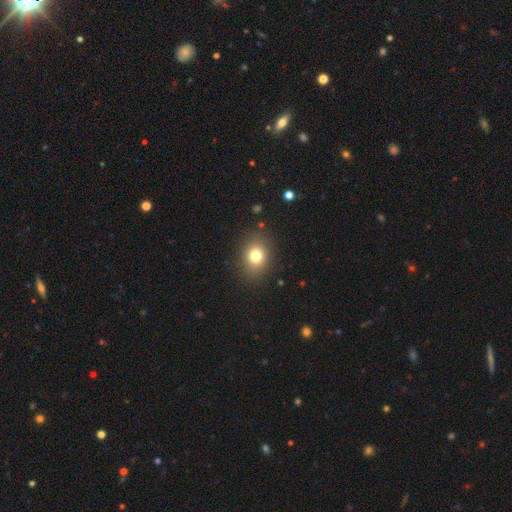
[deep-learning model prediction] Q: Smooth or featured?
A: smooth (78%); runner-up: star or artifact (12%)
Q: How rounded?
A: round (52%); runner-up: in between (47%)
Q: Merging?
A: none (87%); runner-up: minor disturbance (9%)